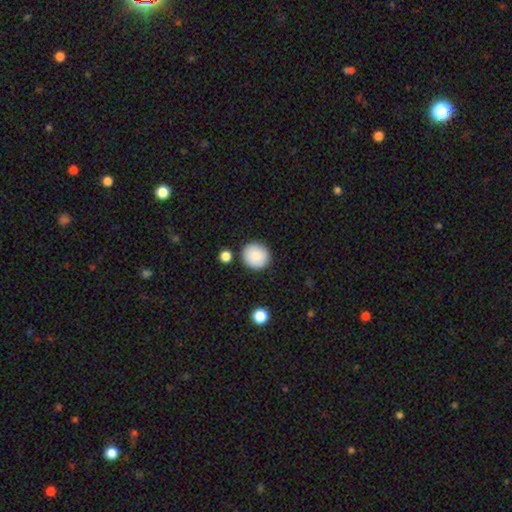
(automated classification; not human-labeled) smooth_or_featured: smooth (p=0.86) [alt: star or artifact p=0.07]
how_rounded: round (p=0.91) [alt: in between p=0.08]
merging: none (p=0.86) [alt: minor disturbance p=0.08]